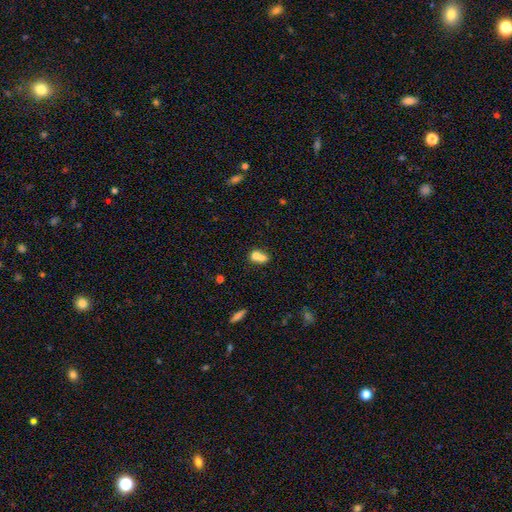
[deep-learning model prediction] smooth_or_featured: smooth (p=0.70) [alt: featured or disk p=0.20]
how_rounded: round (p=0.54) [alt: in between p=0.44]
merging: merger (p=0.70) [alt: none p=0.21]